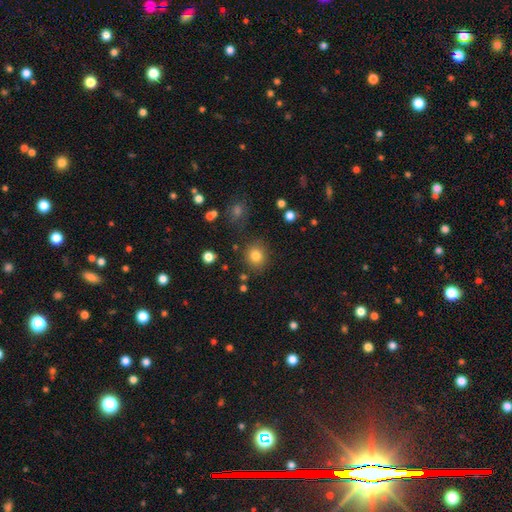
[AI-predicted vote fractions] Q: Smooth or featured?
A: smooth (81%); runner-up: star or artifact (13%)
Q: How rounded?
A: round (84%); runner-up: in between (15%)
Q: Merging?
A: none (83%); runner-up: minor disturbance (10%)